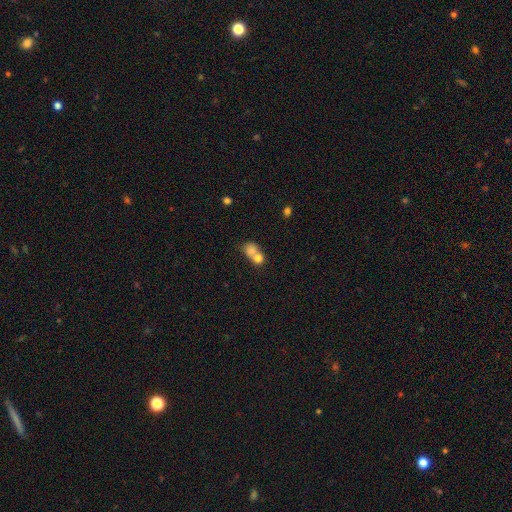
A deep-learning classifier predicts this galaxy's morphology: The model was most divided on "how rounded": round: 63%, in between: 35%, cigar-shaped: 1%. More confident: smooth or featured — smooth (75%); merging — merger (69%).